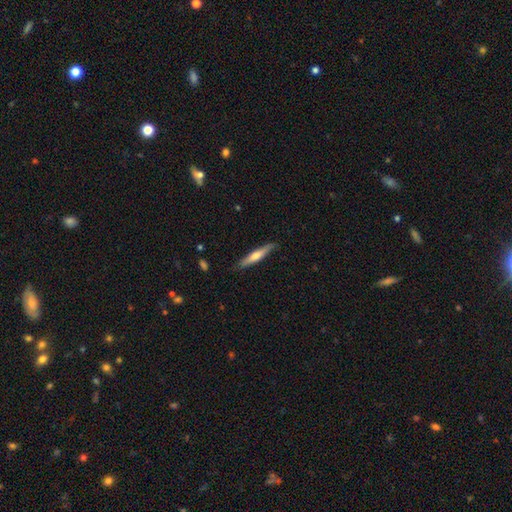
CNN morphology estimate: The model was most divided on "smooth or featured": smooth: 50%, featured or disk: 44%, star or artifact: 5%. More confident: how rounded — cigar-shaped (91%); merging — none (86%).